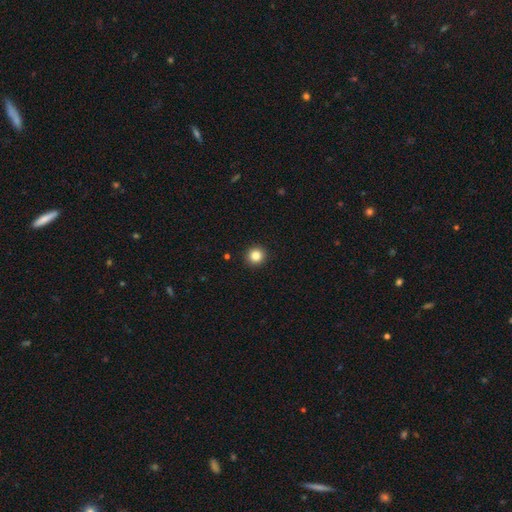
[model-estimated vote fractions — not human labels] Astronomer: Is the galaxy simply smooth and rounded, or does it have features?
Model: smooth — 84%.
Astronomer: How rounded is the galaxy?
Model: round — 95%.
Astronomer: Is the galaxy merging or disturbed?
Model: none — 93%.